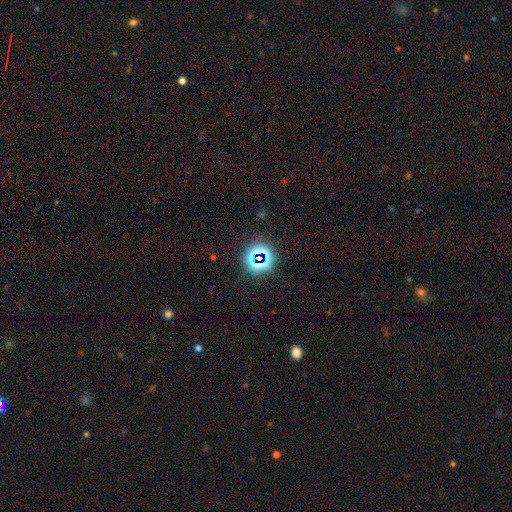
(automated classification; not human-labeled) A star or artifact, not a galaxy (71%).

Vote fractions:
- Smooth or featured? star or artifact: 71% / smooth: 20% / featured or disk: 9%